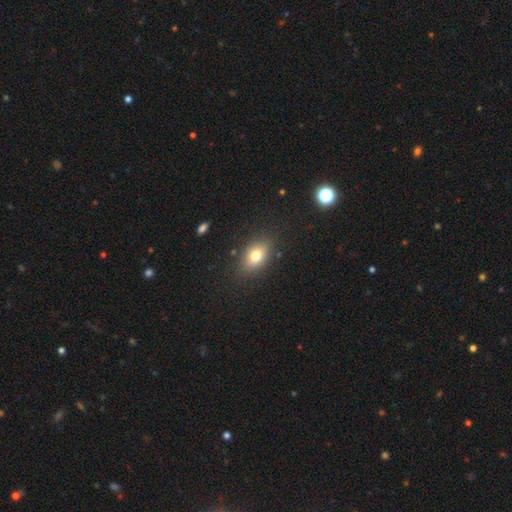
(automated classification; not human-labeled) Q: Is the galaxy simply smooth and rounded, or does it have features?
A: smooth — 75%.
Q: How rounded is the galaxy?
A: in between — 81%.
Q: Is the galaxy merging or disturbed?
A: none — 83%.